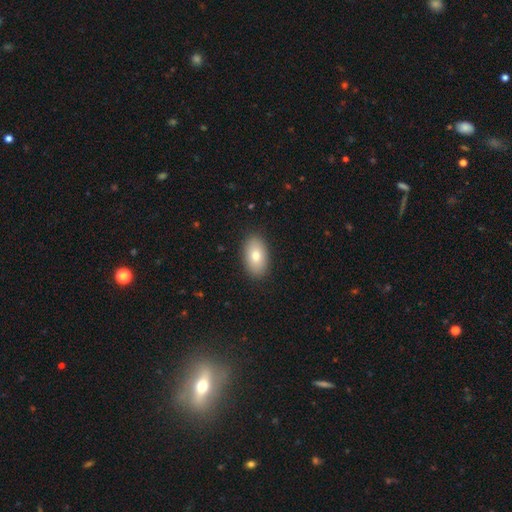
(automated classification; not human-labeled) This appears to be a smooth galaxy with no disk features (81%) that is in between round and cigar-shaped (94%). Merging: none (88%).